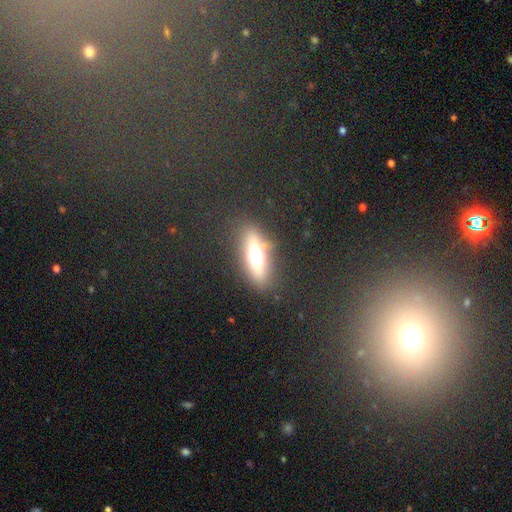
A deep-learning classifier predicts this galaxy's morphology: This is marginally a smooth galaxy (44%). Merging: likely none (79%).